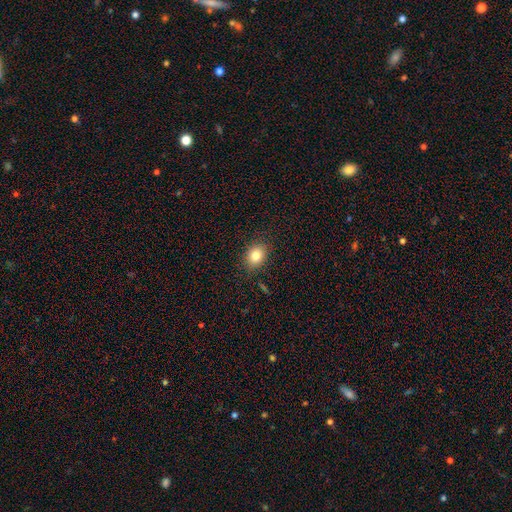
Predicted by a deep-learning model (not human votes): Morphology: type=smooth (81%); roundness=in between (59%); merging=none (86%).